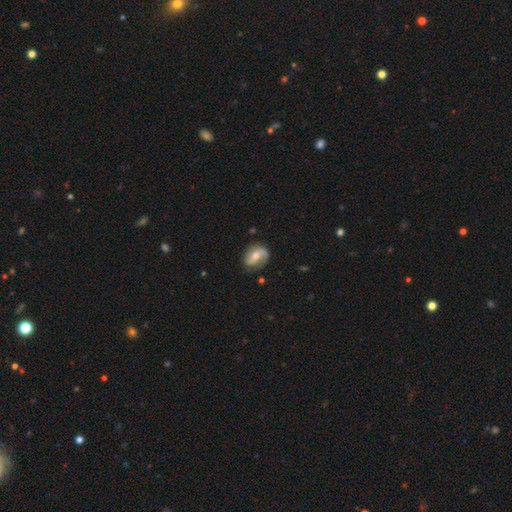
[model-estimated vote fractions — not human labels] Morphology: type=featured or disk (73%); edge-on=no (97%); bar=weak (41%); spiral arms=yes (92%); winding=loose (43%); arm count=2 (77%); bulge=moderate (61%); merging=none (73%).